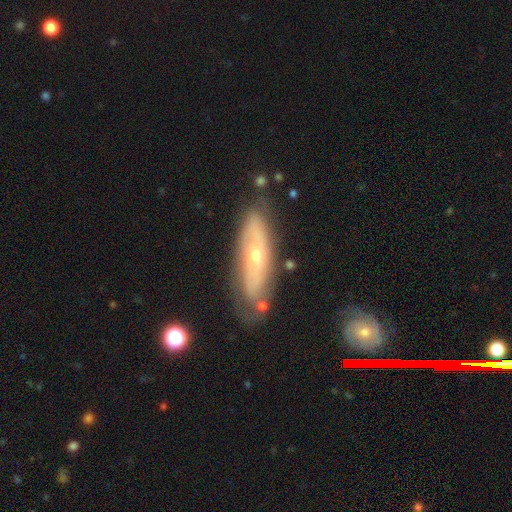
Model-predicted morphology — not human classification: This is likely a featured or disk galaxy (66%). It is likely not viewed edge-on (71%). Merging: likely none (71%).